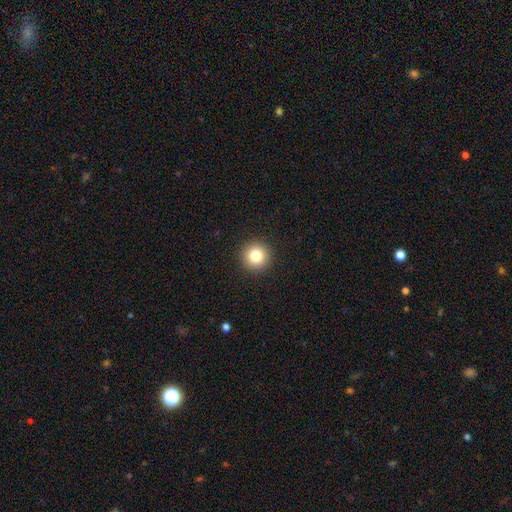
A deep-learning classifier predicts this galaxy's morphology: Q: Smooth or featured?
A: smooth (82%); runner-up: star or artifact (11%)
Q: How rounded?
A: round (96%); runner-up: in between (3%)
Q: Merging?
A: none (93%); runner-up: minor disturbance (4%)